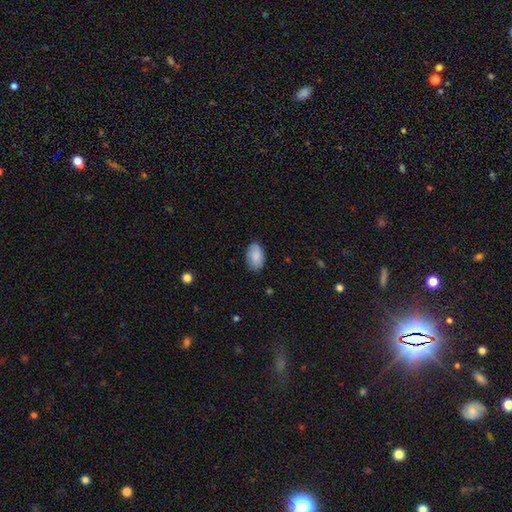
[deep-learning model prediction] Smooth or featured: smooth — 87% (featured or disk — 6%)
How rounded: in between — 91% (round — 7%)
Merging: none — 81% (minor disturbance — 15%)